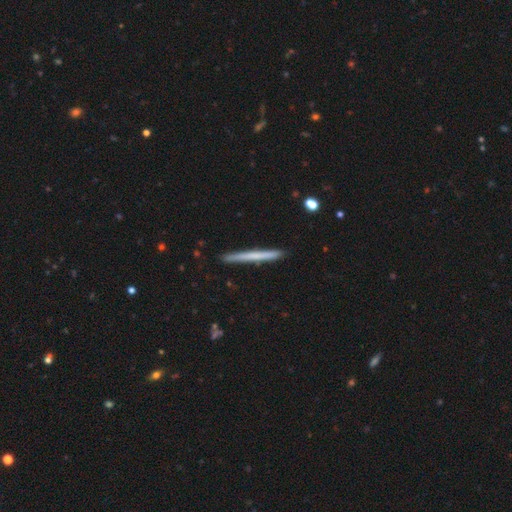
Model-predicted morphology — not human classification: smooth-or-featured: smooth: 54% | featured or disk: 41% | star or artifact: 5%
  how-rounded: cigar-shaped: 97% | in between: 1% | round: 1%
  merging: none: 91% | minor disturbance: 7% | major disturbance: 1% | merger: 1%